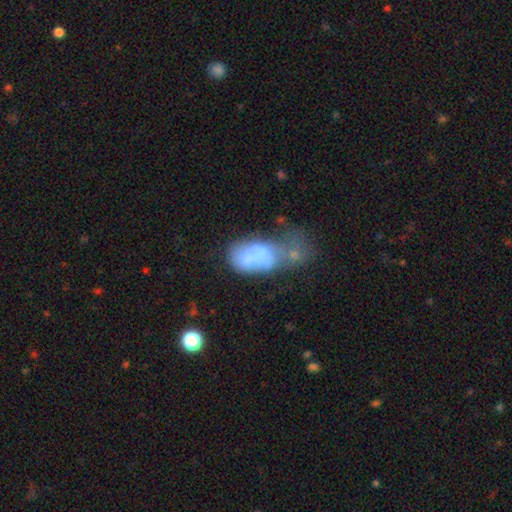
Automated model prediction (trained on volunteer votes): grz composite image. It shows a smooth galaxy with no disk features (59%) that is in between round and cigar-shaped (89%). Merging: merger (38%).